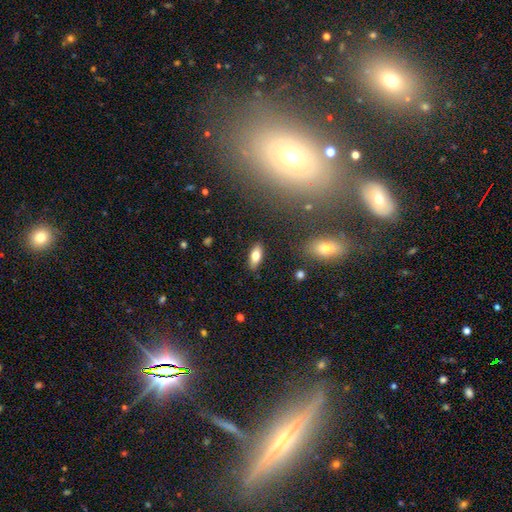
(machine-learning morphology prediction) Smooth or featured: smooth — 74% (featured or disk — 19%)
How rounded: in between — 81% (cigar-shaped — 16%)
Merging: none — 88% (minor disturbance — 9%)